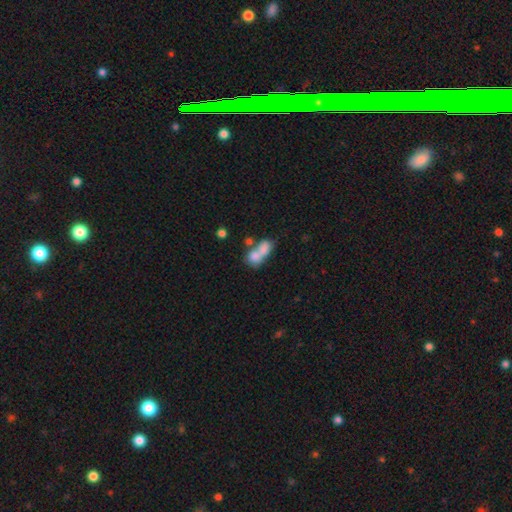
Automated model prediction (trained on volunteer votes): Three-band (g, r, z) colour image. It shows a smooth galaxy with no disk features (72%) that is in between round and cigar-shaped (68%). Merging: merger (69%).